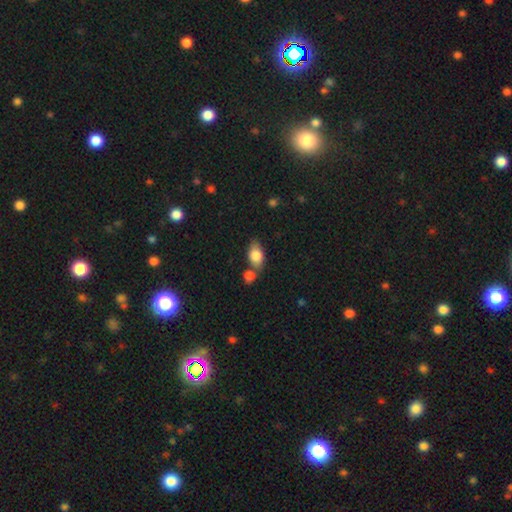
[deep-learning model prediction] Morphology: type=smooth (81%); roundness=in between (87%); merging=none (57%).